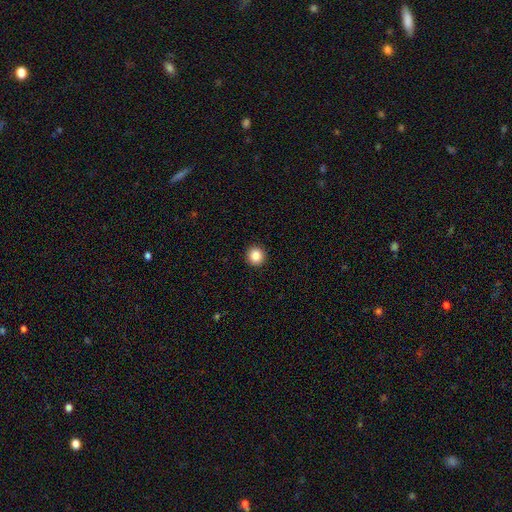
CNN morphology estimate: Smooth or featured: smooth — 86% (star or artifact — 9%)
How rounded: round — 94% (in between — 5%)
Merging: none — 93% (minor disturbance — 4%)